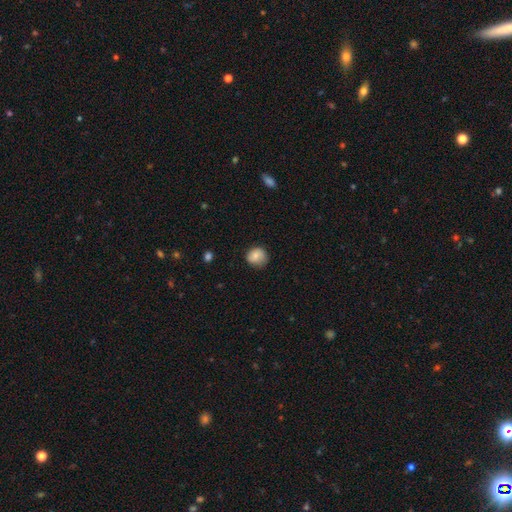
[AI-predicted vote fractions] A smooth galaxy with no disk features (80%) that is round (78%). Merging: none (69%).